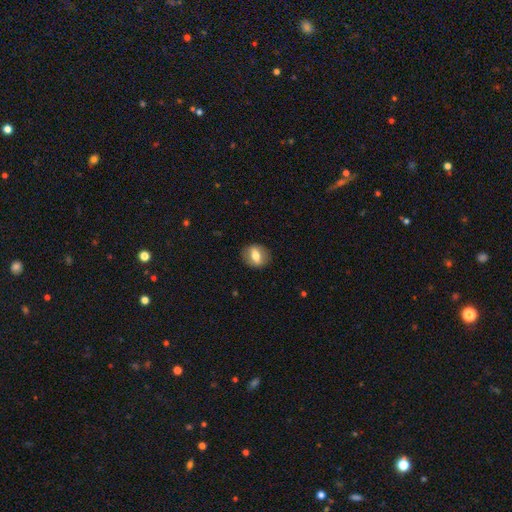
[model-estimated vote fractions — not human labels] Morphology: type=smooth (57%); roundness=round (50%); merging=none (86%).